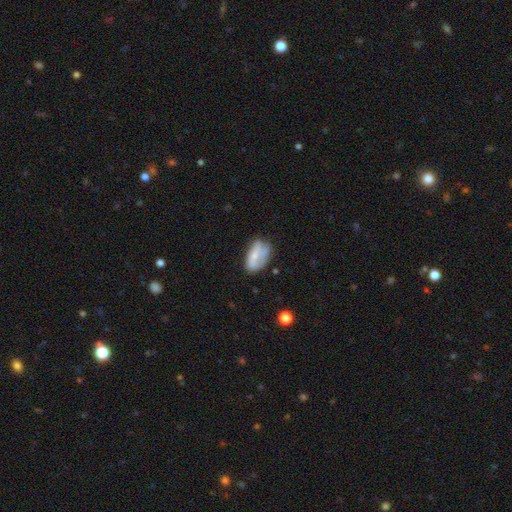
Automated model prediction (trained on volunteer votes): This is possibly a smooth galaxy (57%). How rounded: clearly in between (90%). Merging: marginally none (45%).